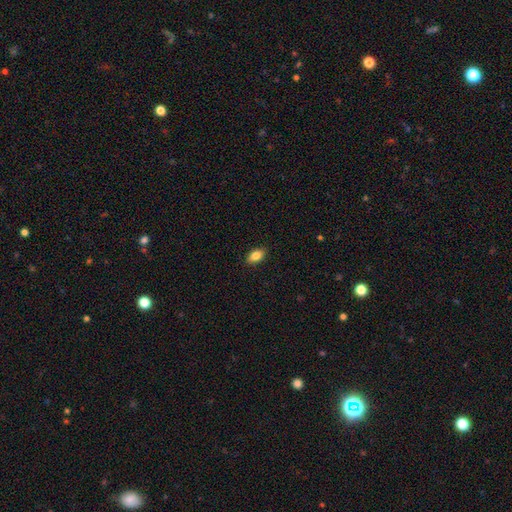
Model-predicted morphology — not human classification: smooth_or_featured: smooth (p=0.84) [alt: featured or disk p=0.08]
how_rounded: in between (p=0.90) [alt: round p=0.06]
merging: none (p=0.89) [alt: minor disturbance p=0.08]